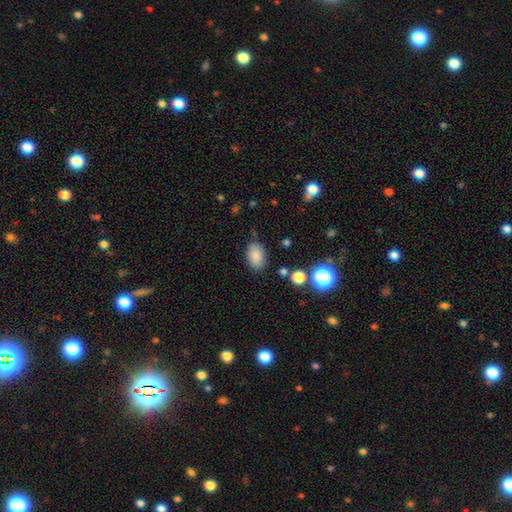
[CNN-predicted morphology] Smooth or featured?
  - smooth: 85% *
  - star or artifact: 10%
  - featured or disk: 5%
How rounded?
  - in between: 87% *
  - round: 11%
  - cigar-shaped: 1%
Merging?
  - none: 78% *
  - minor disturbance: 15%
  - major disturbance: 4%
  - merger: 3%